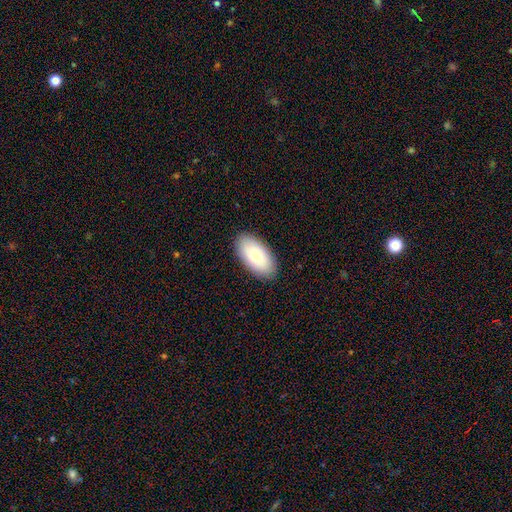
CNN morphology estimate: smooth 77%, featured or disk 16%, star or artifact 6%. Down the decision tree: how rounded — in between (95%); merging — none (88%).